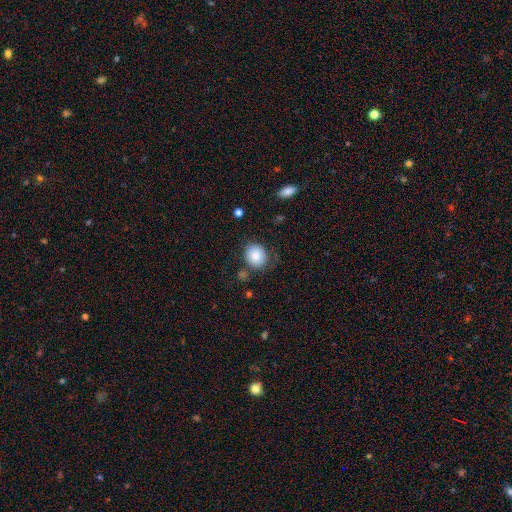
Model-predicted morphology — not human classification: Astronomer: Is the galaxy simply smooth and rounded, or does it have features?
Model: smooth — 82%.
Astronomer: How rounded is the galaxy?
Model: round — 77%.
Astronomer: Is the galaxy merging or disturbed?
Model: none — 69%.